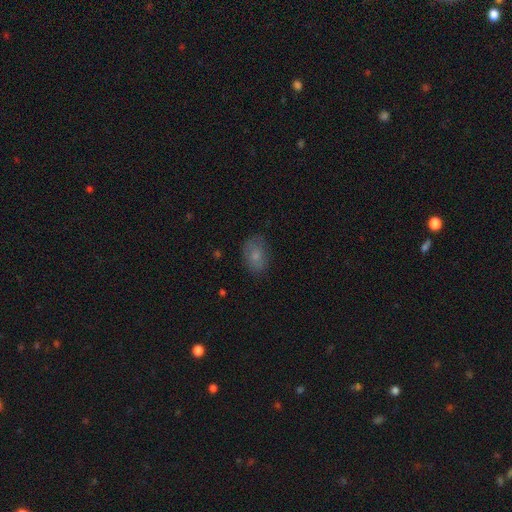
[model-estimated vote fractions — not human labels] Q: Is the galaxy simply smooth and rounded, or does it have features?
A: smooth — 74%.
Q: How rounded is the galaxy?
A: in between — 81%.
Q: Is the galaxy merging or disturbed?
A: none — 73%.